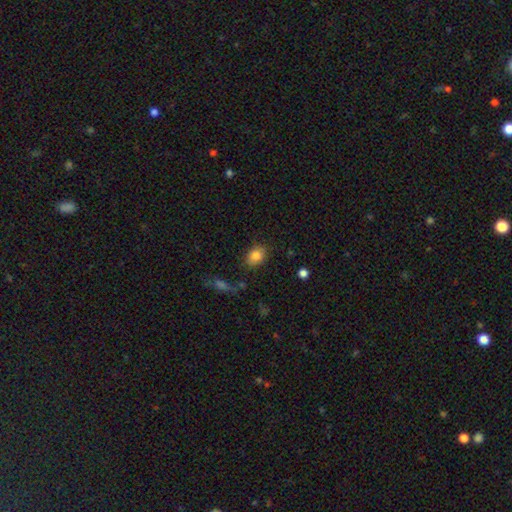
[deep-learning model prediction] This is clearly a smooth galaxy (83%). How rounded: likely in between (68%). Merging: clearly none (82%).